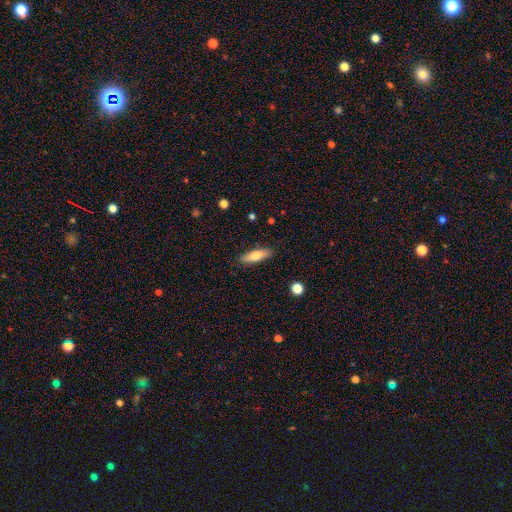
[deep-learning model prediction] A smooth galaxy with no disk features (72%) that is cigar-shaped (54%). Merging: none (88%).